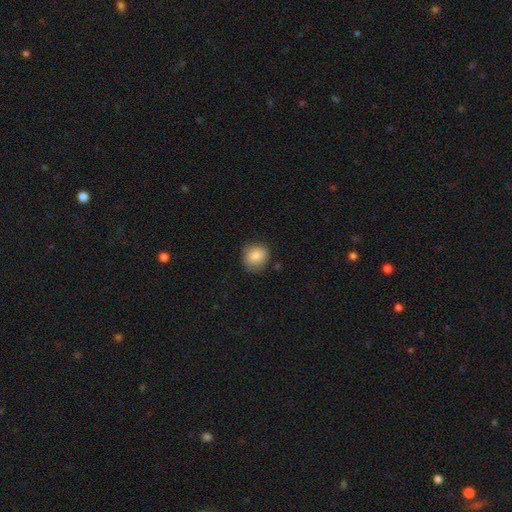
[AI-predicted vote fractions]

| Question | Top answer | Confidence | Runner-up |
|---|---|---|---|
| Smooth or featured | smooth | 84% | star or artifact (8%) |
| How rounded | round | 78% | in between (21%) |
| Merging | none | 76% | minor disturbance (18%) |